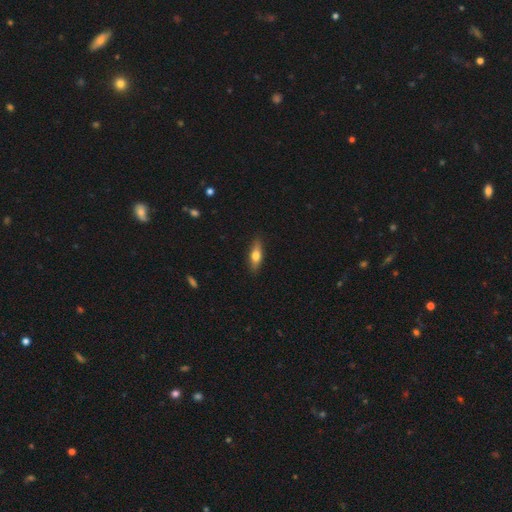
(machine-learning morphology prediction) Smooth or featured? Predicted: smooth (p=0.64). How rounded? Predicted: in between (p=0.54). Merging? Predicted: none (p=0.88).